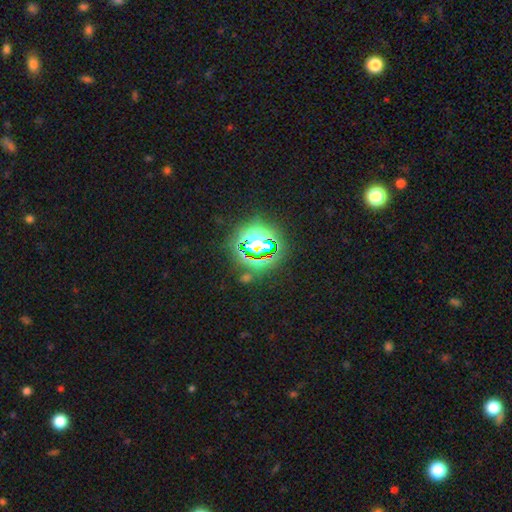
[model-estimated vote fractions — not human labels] A star or artifact, not a galaxy (79%).